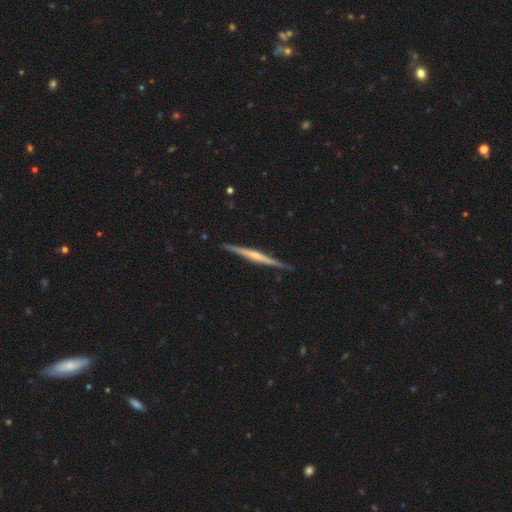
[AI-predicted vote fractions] This is likely a featured or disk galaxy (73%). It is clearly viewed edge-on (98%). Edge-on bulge: possibly rounded (54%). Merging: clearly none (89%).